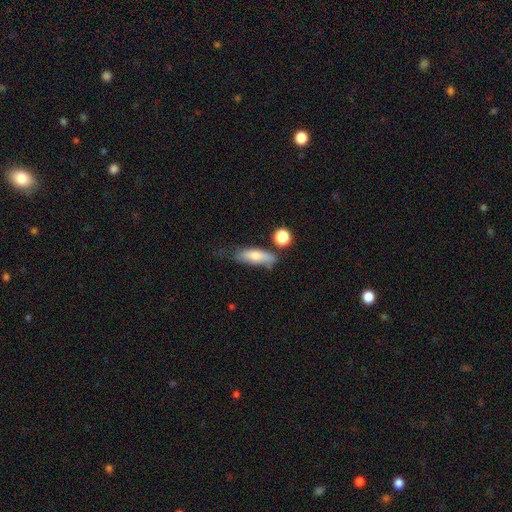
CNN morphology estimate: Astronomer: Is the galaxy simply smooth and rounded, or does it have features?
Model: smooth — 73%.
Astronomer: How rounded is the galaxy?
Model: in between — 61%.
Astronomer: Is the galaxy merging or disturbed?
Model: none — 50% (runner-up: minor disturbance, 29%).